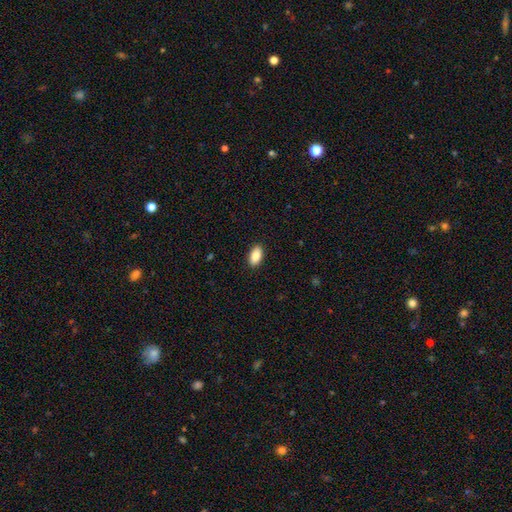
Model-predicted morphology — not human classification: Overall: smooth (86%). How rounded: in between (93%). Merging: none (90%).